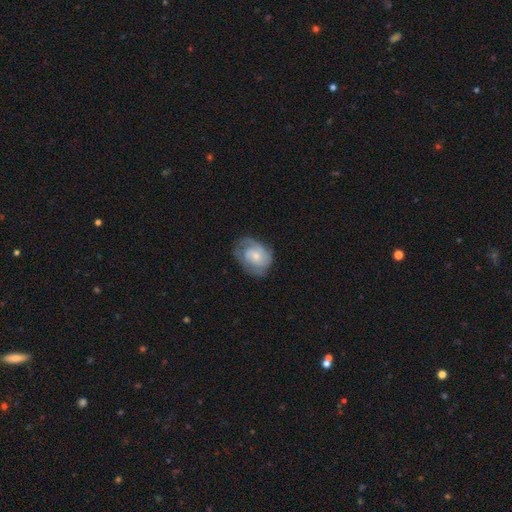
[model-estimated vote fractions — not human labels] This appears to be a featured or disk galaxy (58%) with no bar (70%), spiral arms (82%) and a small central bulge (53%). Merging: none (58%).